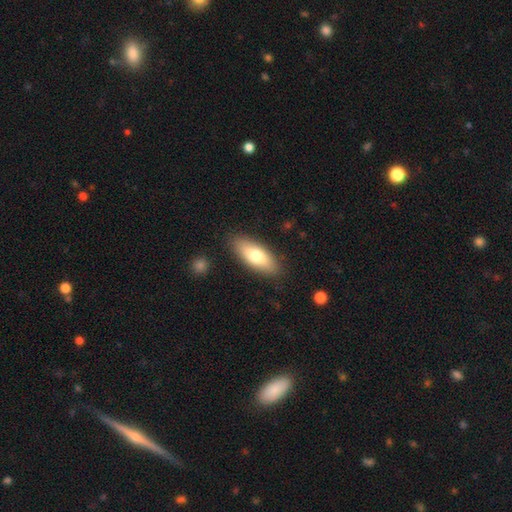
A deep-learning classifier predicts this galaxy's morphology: Q: Smooth or featured?
A: smooth (75%); runner-up: featured or disk (20%)
Q: How rounded?
A: in between (76%); runner-up: cigar-shaped (22%)
Q: Merging?
A: none (87%); runner-up: minor disturbance (10%)